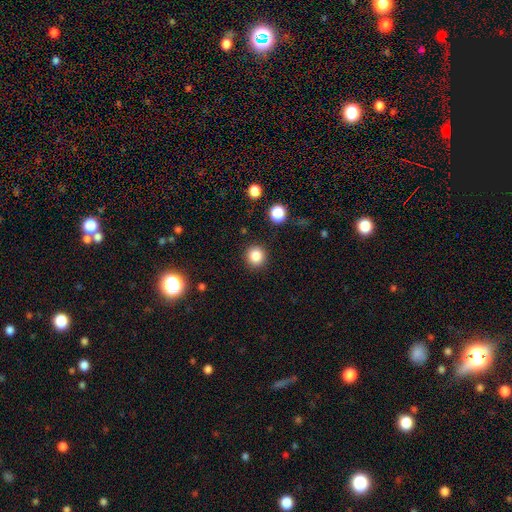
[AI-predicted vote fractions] smooth-or-featured: smooth: 85% | star or artifact: 11% | featured or disk: 4%
  how-rounded: round: 92% | in between: 7% | cigar-shaped: 1%
  merging: none: 90% | minor disturbance: 6% | major disturbance: 2% | merger: 2%